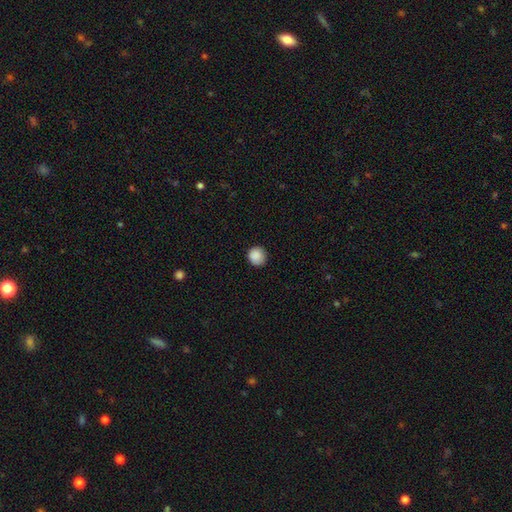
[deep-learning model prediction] Smooth or featured? smooth (89%)
How rounded? round (91%)
Merging? none (88%)